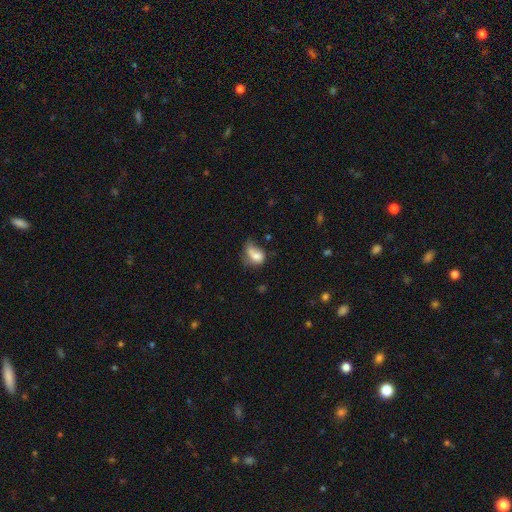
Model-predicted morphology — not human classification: smooth 70%, featured or disk 19%, star or artifact 11%. Down the decision tree: how rounded — in between (73%); merging — major disturbance (27%).